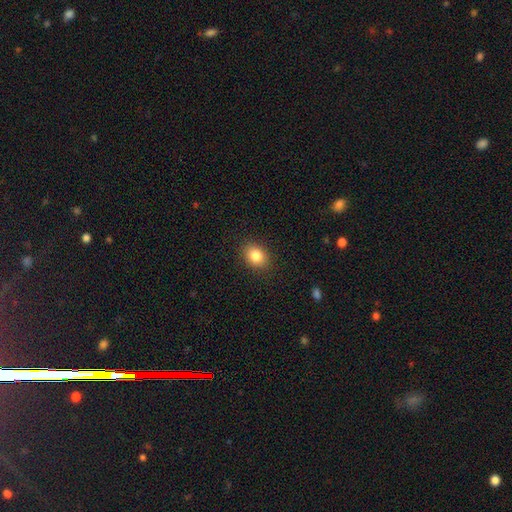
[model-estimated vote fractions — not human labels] This is clearly a smooth galaxy (84%). How rounded: likely in between (61%). Merging: clearly none (89%).